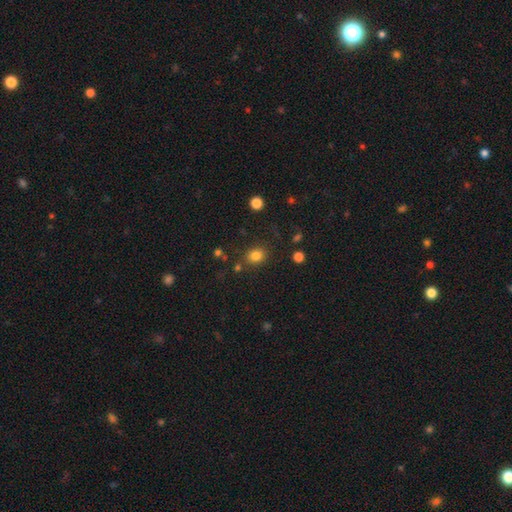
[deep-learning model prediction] Smooth or featured? Predicted: smooth (p=0.82). How rounded? Predicted: round (p=0.61). Merging? Predicted: none (p=0.81).